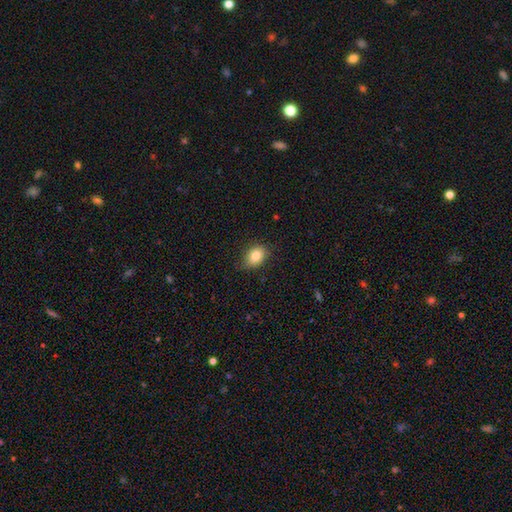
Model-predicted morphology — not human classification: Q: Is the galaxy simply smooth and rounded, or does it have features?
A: smooth — 83%.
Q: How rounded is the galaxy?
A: in between — 72%.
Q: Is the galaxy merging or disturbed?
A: none — 79%.